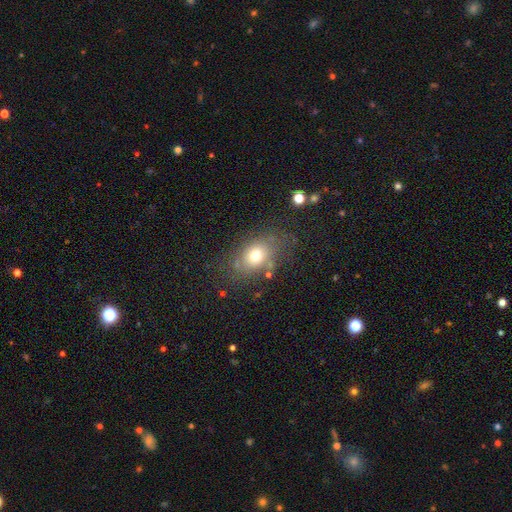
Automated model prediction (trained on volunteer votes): Smooth or featured?
  - smooth: 70% *
  - featured or disk: 17%
  - star or artifact: 13%
How rounded?
  - in between: 68% *
  - round: 30%
  - cigar-shaped: 2%
Merging?
  - none: 71% *
  - minor disturbance: 17%
  - major disturbance: 9%
  - merger: 4%